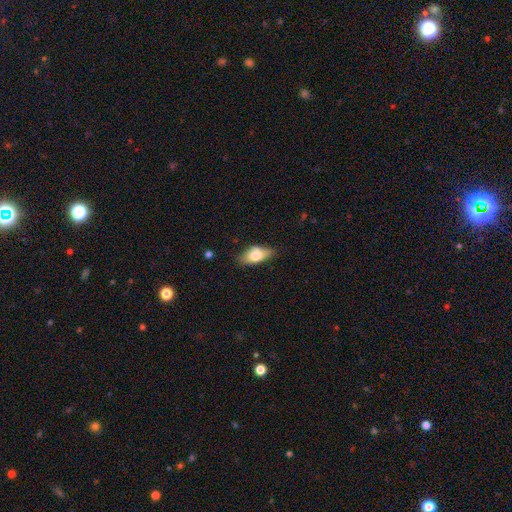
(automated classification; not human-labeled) A smooth galaxy with no disk features (73%) that is in between round and cigar-shaped (86%). Merging: none (68%).